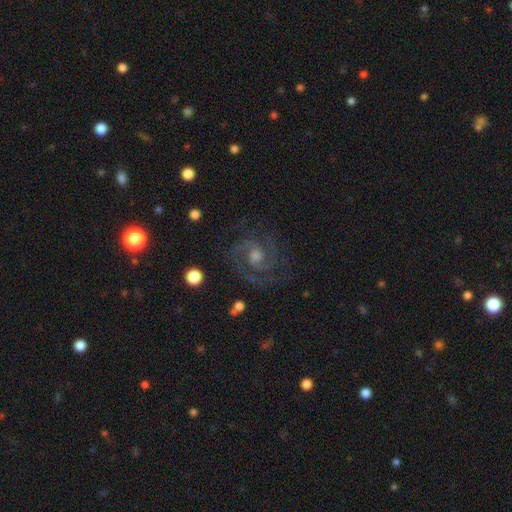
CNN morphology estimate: Smooth or featured: featured or disk — 87% (star or artifact — 8%)
Edge-on disk: no — 98% (yes — 2%)
Bar: no — 53% (weak — 39%)
Spiral arms: yes — 98% (no — 2%)
Spiral winding: medium — 46% (tied with tight — 46%)
Spiral arm count: 2 — 65% (3 — 17%)
Bulge size: moderate — 54% (small — 32%)
Merging: none — 78% (minor disturbance — 13%)